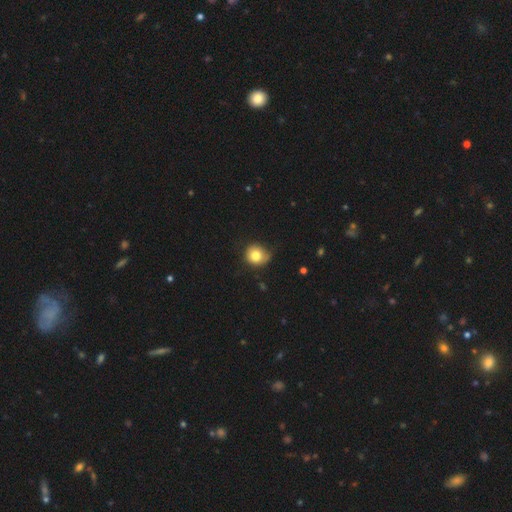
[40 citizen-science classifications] Volunteers were most divided on "merging": none: 62%, minor disturbance: 35%, major disturbance: 3%, merger: 0%. More confident: how rounded — round (94%); smooth or featured — smooth (85%).